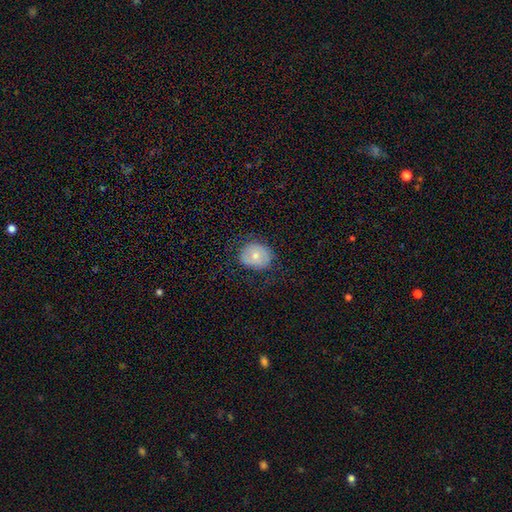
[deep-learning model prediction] A smooth galaxy with no disk features (67%) that is round (63%). Merging: none (75%).